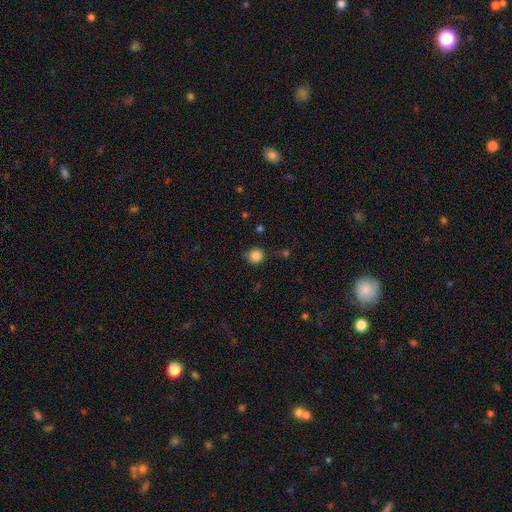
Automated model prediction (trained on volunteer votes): smooth_or_featured: smooth (p=0.85) [alt: star or artifact p=0.11]
how_rounded: round (p=0.92) [alt: in between p=0.07]
merging: none (p=0.81) [alt: minor disturbance p=0.13]